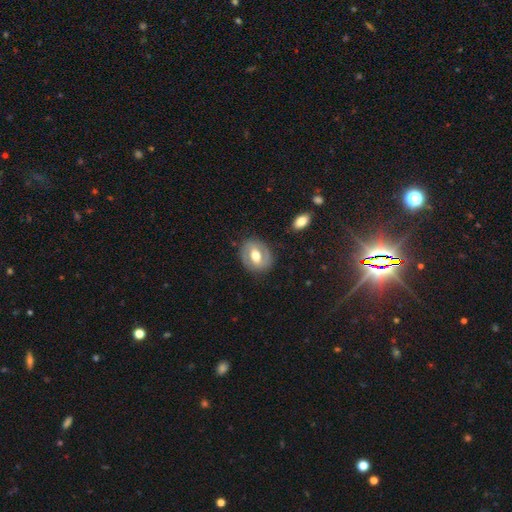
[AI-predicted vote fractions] Smooth or featured: featured or disk — 62% (smooth — 32%)
Edge-on disk: no — 95% (yes — 5%)
Bar: weak — 40% (no — 32%)
Spiral arms: yes — 57% (no — 43%)
Bulge size: moderate — 64% (large — 26%)
Merging: none — 81% (minor disturbance — 12%)